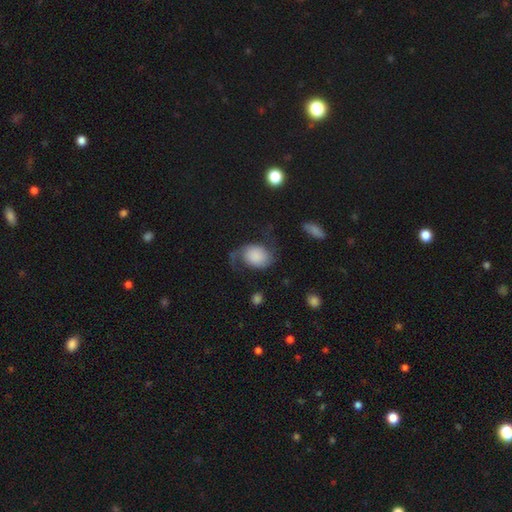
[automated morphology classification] This appears to be a featured or disk galaxy (56%) with no bar (76%), 2 (87%) loose (67%) spiral arms (92%) and a dominant central bulge (32%). Merging: none (52%).